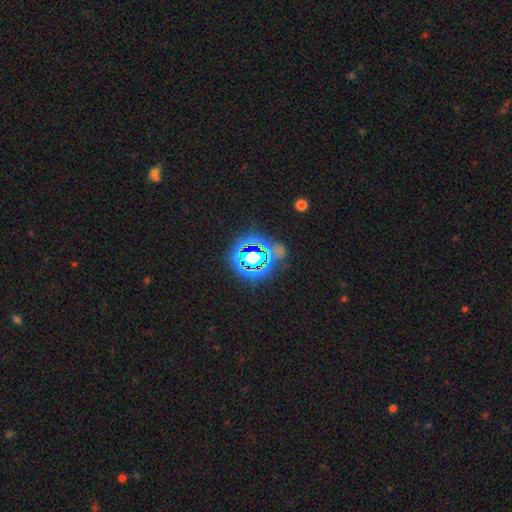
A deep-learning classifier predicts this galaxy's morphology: smooth-or-featured: star or artifact: 70% | smooth: 18% | featured or disk: 12%